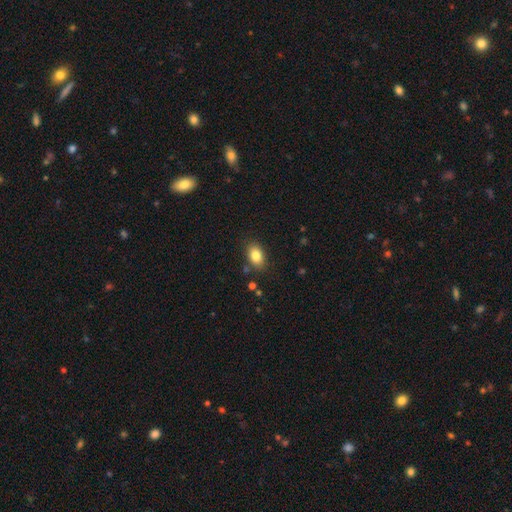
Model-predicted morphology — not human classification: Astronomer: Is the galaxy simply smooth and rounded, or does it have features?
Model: smooth — 83%.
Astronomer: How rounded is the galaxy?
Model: in between — 85%.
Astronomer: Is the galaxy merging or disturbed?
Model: none — 83%.